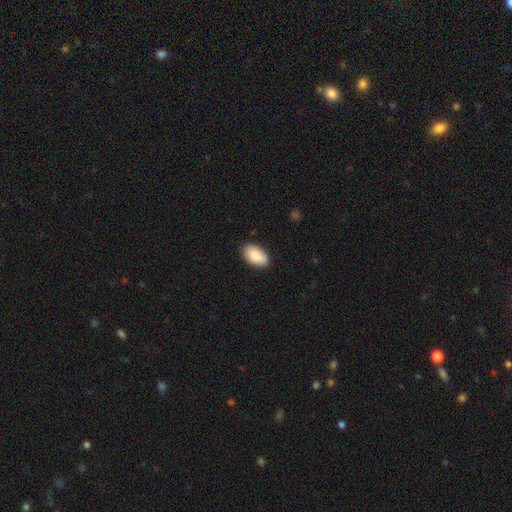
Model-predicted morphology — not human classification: smooth_or_featured: smooth (p=0.90) [alt: star or artifact p=0.06]
how_rounded: in between (p=0.95) [alt: round p=0.03]
merging: none (p=0.86) [alt: minor disturbance p=0.11]